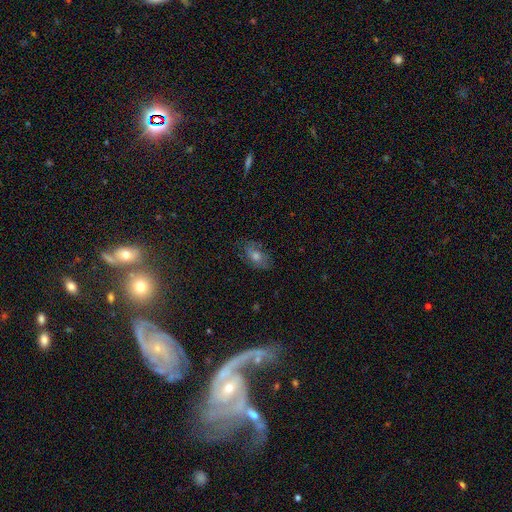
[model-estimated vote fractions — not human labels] A smooth galaxy with no disk features (45%). Merging: none (76%).